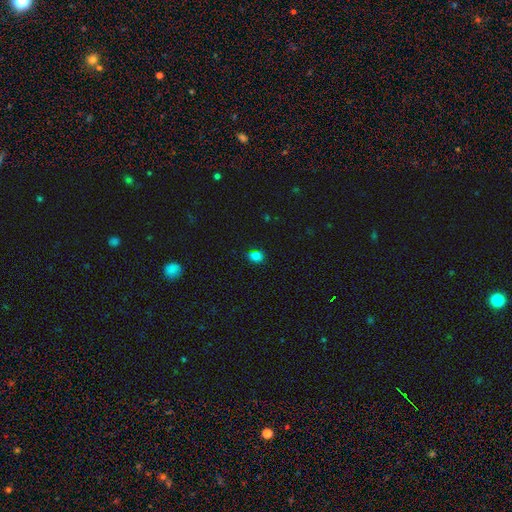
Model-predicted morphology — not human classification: A smooth galaxy with no disk features (80%) that is round (53%).

Vote fractions:
- Smooth or featured? smooth: 80% / star or artifact: 16% / featured or disk: 4%
- How rounded? round: 53% / in between: 46% / cigar-shaped: 1%
- Merging? none: 76% / minor disturbance: 18% / major disturbance: 4% / merger: 3%